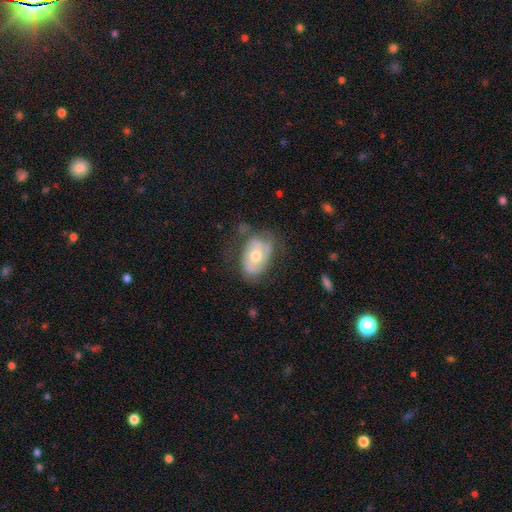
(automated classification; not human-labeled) Q: Smooth or featured?
A: featured or disk (61%); runner-up: smooth (32%)
Q: Edge-on disk?
A: no (94%); runner-up: yes (6%)
Q: Bar?
A: no (62%); runner-up: weak (28%)
Q: Spiral arms?
A: yes (64%); runner-up: no (36%)
Q: Bulge size?
A: moderate (73%); runner-up: small (20%)
Q: Merging?
A: none (54%); runner-up: minor disturbance (28%)